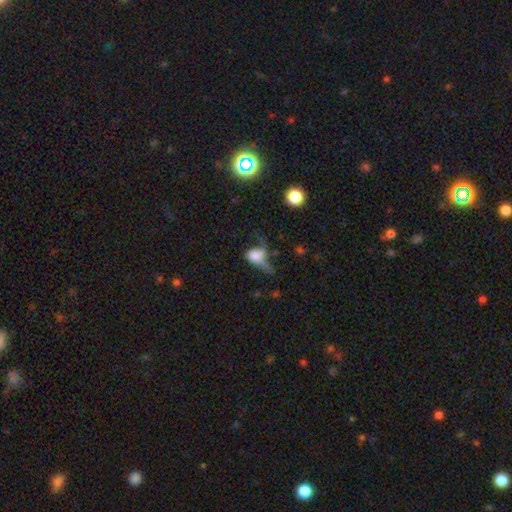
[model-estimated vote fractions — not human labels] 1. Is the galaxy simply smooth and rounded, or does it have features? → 57% smooth, 31% featured or disk, 13% star or artifact.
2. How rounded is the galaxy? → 69% in between, 25% round, 6% cigar-shaped.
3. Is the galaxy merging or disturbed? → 51% major disturbance, 20% none, 18% minor disturbance, 11% merger.